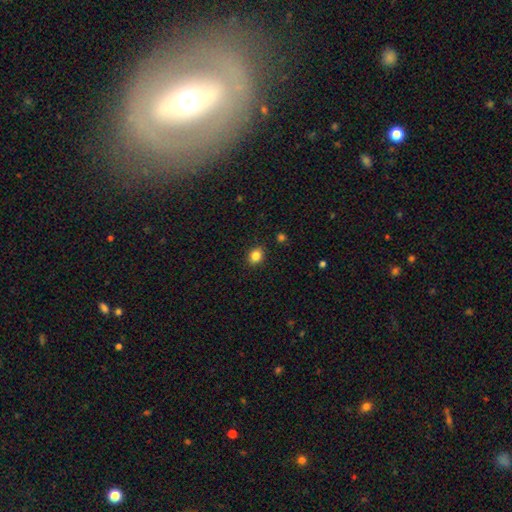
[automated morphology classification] A smooth galaxy with no disk features (84%) that is round (59%).

Vote fractions:
- Smooth or featured? smooth: 84% / star or artifact: 11% / featured or disk: 5%
- How rounded? round: 59% / in between: 41% / cigar-shaped: 1%
- Merging? none: 90% / minor disturbance: 7% / major disturbance: 2% / merger: 1%